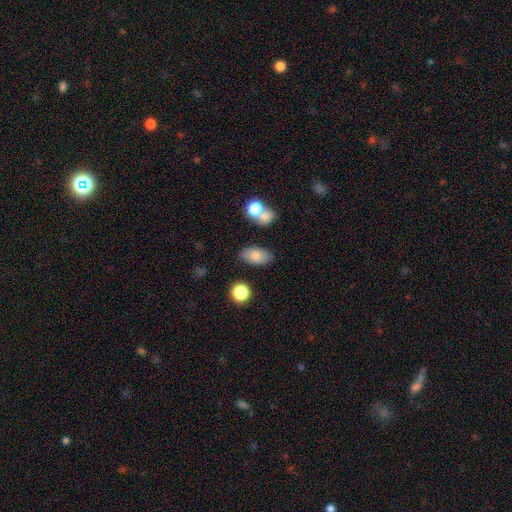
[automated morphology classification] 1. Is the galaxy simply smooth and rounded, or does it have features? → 79% smooth, 12% featured or disk, 8% star or artifact.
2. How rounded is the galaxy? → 91% in between, 6% round, 3% cigar-shaped.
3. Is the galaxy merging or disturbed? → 77% none, 12% minor disturbance, 7% merger, 3% major disturbance.